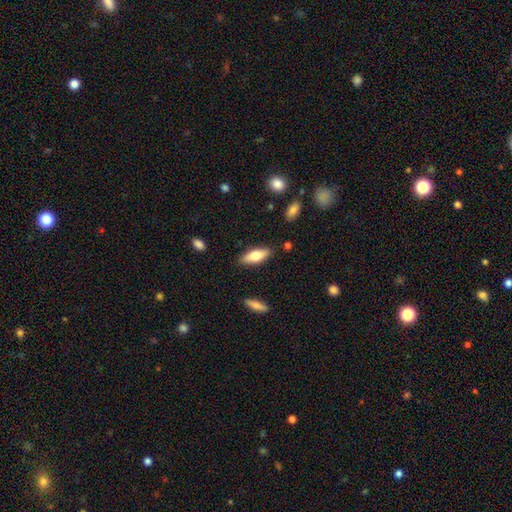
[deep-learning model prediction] This is likely a smooth galaxy (72%). How rounded: likely in between (66%). Merging: clearly none (85%).